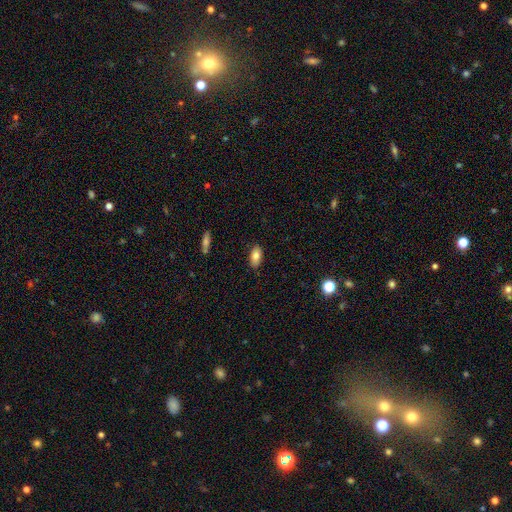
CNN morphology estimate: Smooth or featured?
  - smooth: 81% *
  - featured or disk: 12%
  - star or artifact: 8%
How rounded?
  - in between: 91% *
  - cigar-shaped: 5%
  - round: 4%
Merging?
  - none: 87% *
  - minor disturbance: 10%
  - major disturbance: 2%
  - merger: 1%